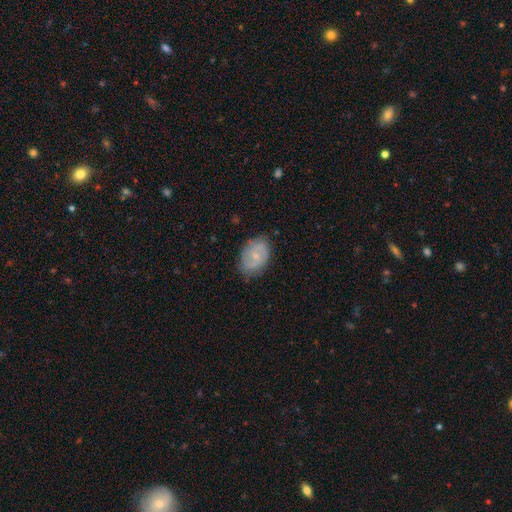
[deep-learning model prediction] This appears to be a featured or disk galaxy (54%) with no bar (53%), spiral arms (78%) and a small central bulge (64%). Merging: none (77%).